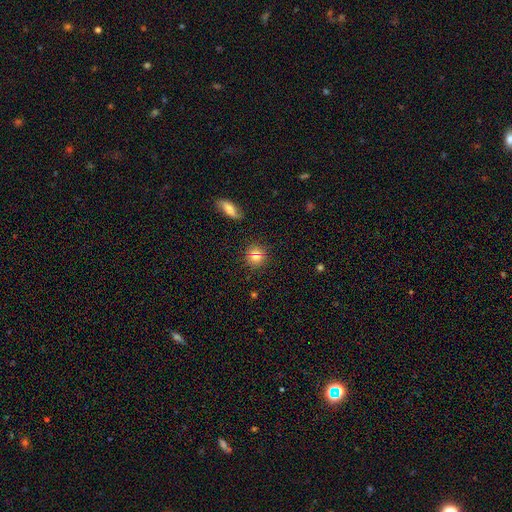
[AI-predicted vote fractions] Smooth or featured? Predicted: smooth (p=0.76). How rounded? Predicted: round (p=0.89). Merging? Predicted: none (p=0.86).